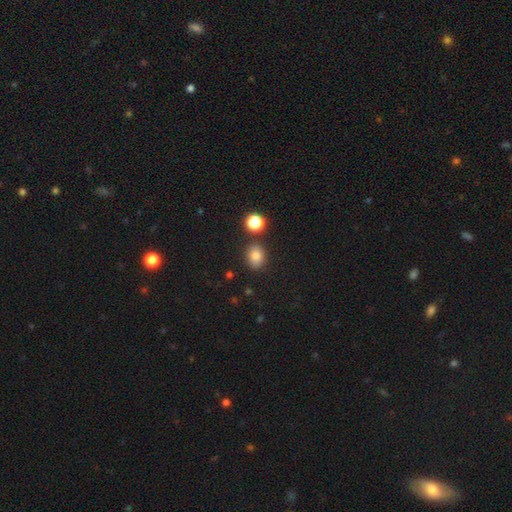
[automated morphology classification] Smooth or featured?
  - smooth: 81% *
  - star or artifact: 12%
  - featured or disk: 7%
How rounded?
  - in between: 60% *
  - round: 39%
  - cigar-shaped: 1%
Merging?
  - none: 79% *
  - minor disturbance: 12%
  - merger: 6%
  - major disturbance: 3%